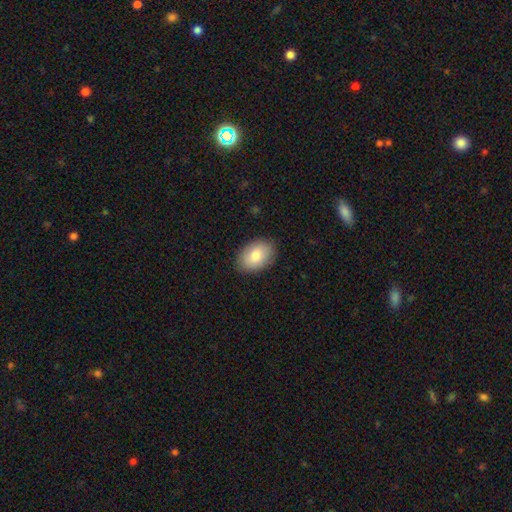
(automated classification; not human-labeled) A smooth galaxy with no disk features (80%) that is in between round and cigar-shaped (84%).

Vote fractions:
- Smooth or featured? smooth: 80% / featured or disk: 13% / star or artifact: 7%
- How rounded? in between: 84% / round: 15% / cigar-shaped: 1%
- Merging? none: 88% / minor disturbance: 9% / major disturbance: 2% / merger: 1%